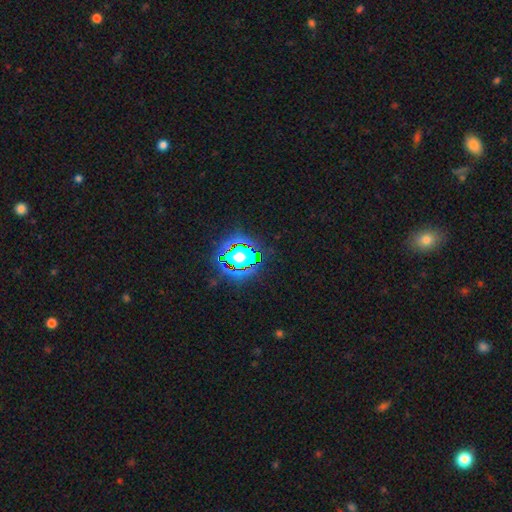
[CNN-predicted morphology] The model was most divided on "smooth or featured": star or artifact: 80%, smooth: 12%, featured or disk: 7%.